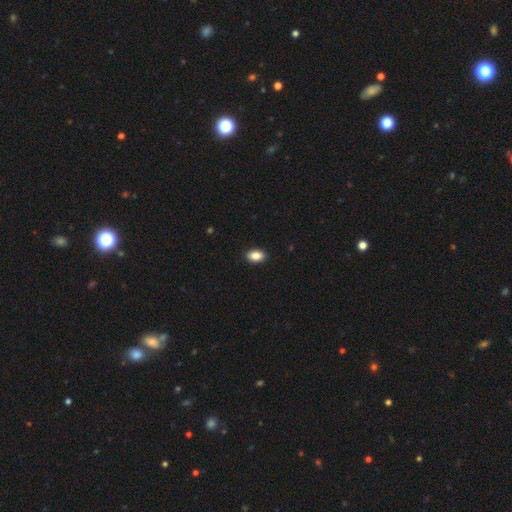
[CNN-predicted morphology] A smooth galaxy with no disk features (88%) that is in between round and cigar-shaped (90%). Merging: none (91%).